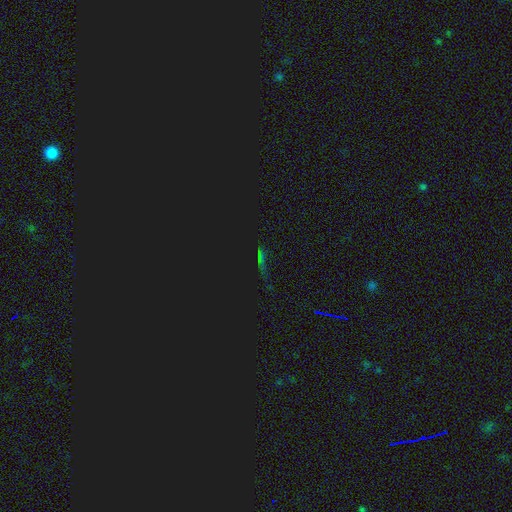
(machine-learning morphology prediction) A star or artifact, not a galaxy (75%).